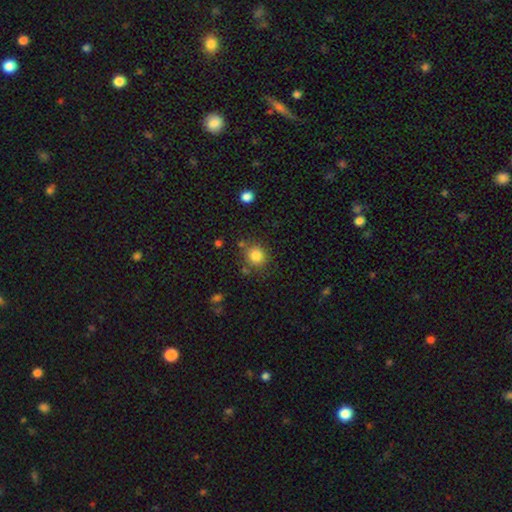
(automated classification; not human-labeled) Overall: smooth (83%). How rounded: round (86%). Merging: none (77%).